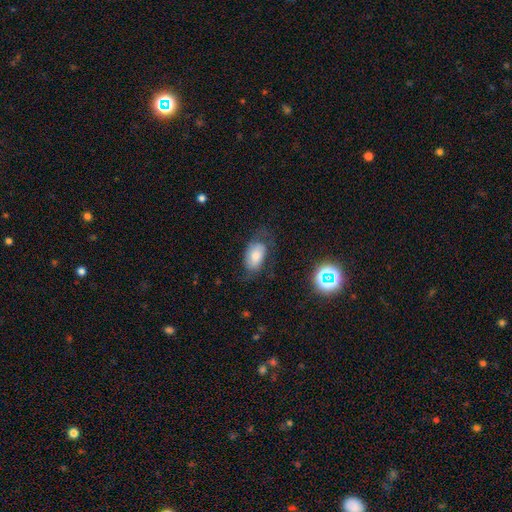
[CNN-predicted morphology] This is likely a smooth galaxy (62%). How rounded: clearly in between (91%). Merging: possibly none (53%).